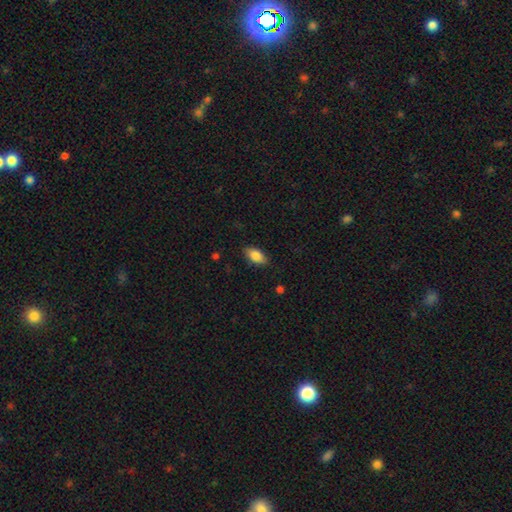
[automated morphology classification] This is clearly a smooth galaxy (86%). How rounded: clearly in between (91%). Merging: clearly none (85%).